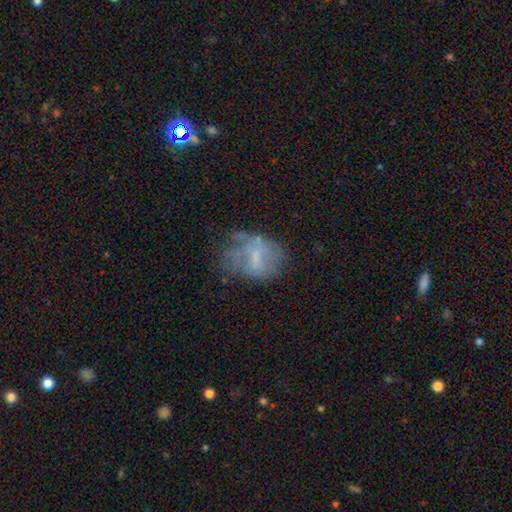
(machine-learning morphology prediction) A featured or disk galaxy (51%). Merging: none (38%).